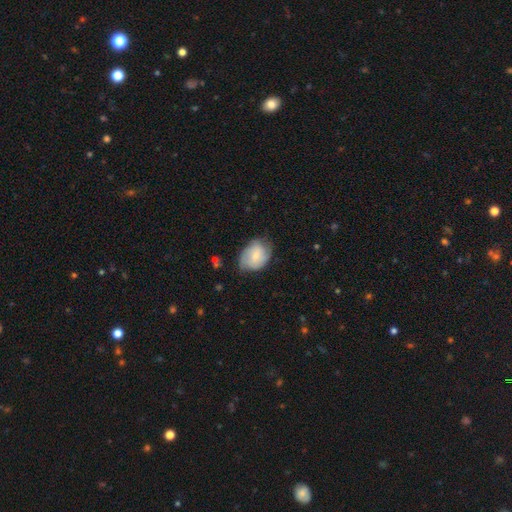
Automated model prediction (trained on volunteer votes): This appears to be a smooth galaxy with no disk features (60%) that is in between round and cigar-shaped (70%). Merging: none (60%).